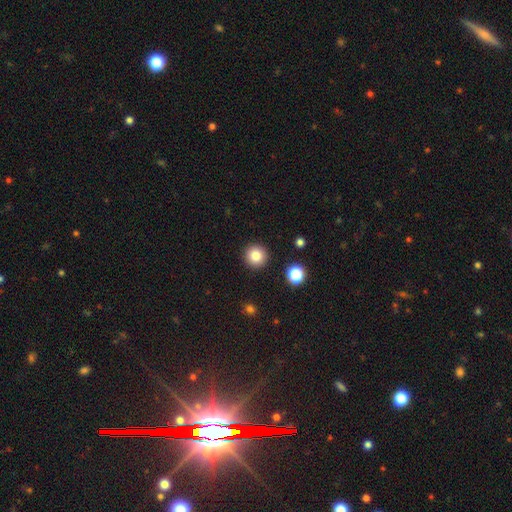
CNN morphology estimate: Smooth or featured: smooth — 84% (star or artifact — 11%)
How rounded: round — 95% (in between — 4%)
Merging: none — 92% (minor disturbance — 5%)